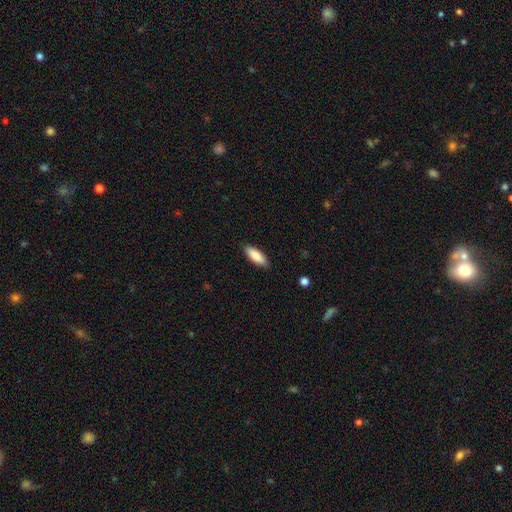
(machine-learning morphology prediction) Overall: smooth (87%). How rounded: in between (68%; cigar-shaped 30%). Merging: none (87%).